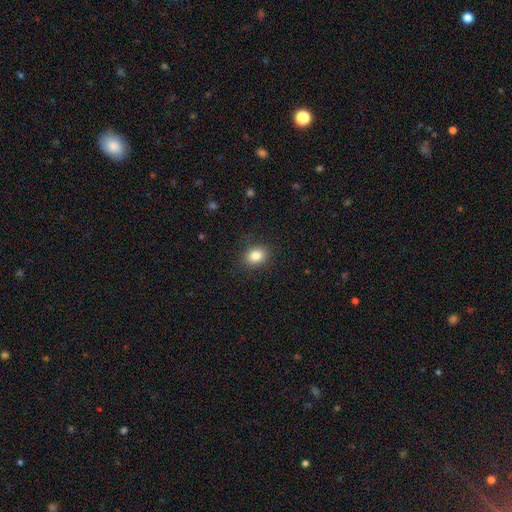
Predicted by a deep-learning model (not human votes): Smooth or featured?
  - smooth: 84% *
  - star or artifact: 10%
  - featured or disk: 7%
How rounded?
  - in between: 57% *
  - round: 42%
  - cigar-shaped: 1%
Merging?
  - none: 88% *
  - minor disturbance: 9%
  - major disturbance: 3%
  - merger: 1%